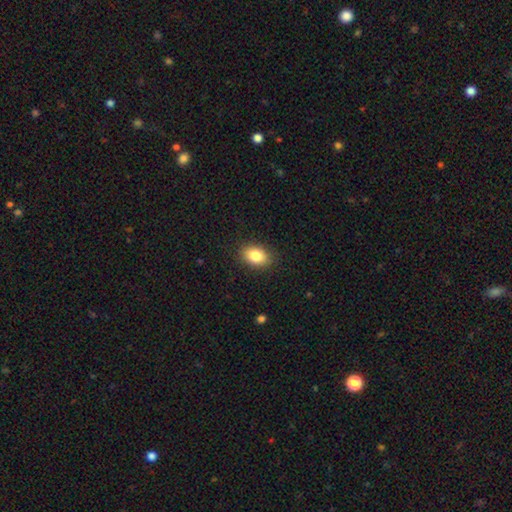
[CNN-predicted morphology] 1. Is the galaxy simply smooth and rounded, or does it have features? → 84% smooth, 9% star or artifact, 8% featured or disk.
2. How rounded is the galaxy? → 80% in between, 19% round, 1% cigar-shaped.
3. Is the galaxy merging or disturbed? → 88% none, 8% minor disturbance, 2% major disturbance, 1% merger.